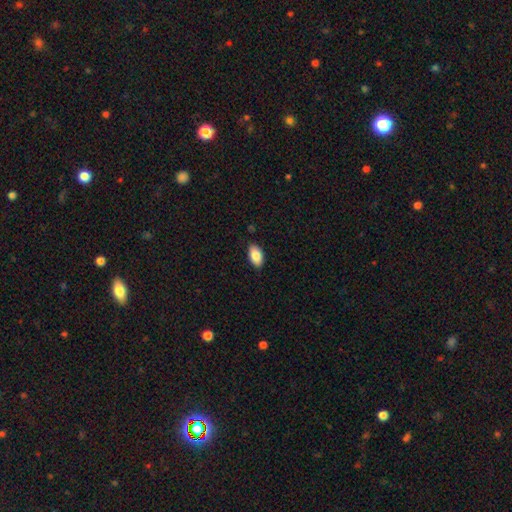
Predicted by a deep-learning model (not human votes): A smooth galaxy with no disk features (87%) that is in between round and cigar-shaped (94%).

Vote fractions:
- Smooth or featured? smooth: 87% / star or artifact: 7% / featured or disk: 6%
- How rounded? in between: 94% / round: 4% / cigar-shaped: 2%
- Merging? none: 86% / minor disturbance: 11% / major disturbance: 2% / merger: 1%